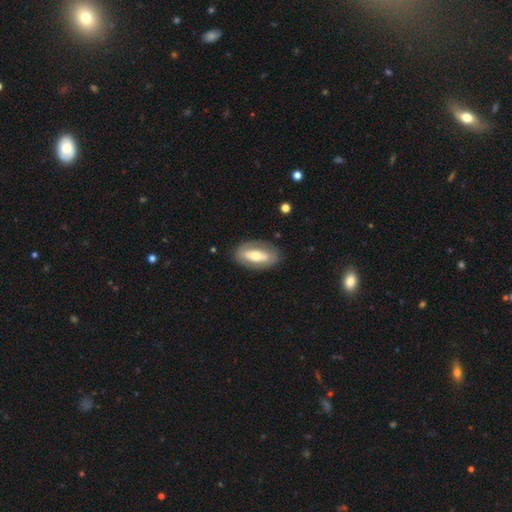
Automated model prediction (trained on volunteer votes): Smooth or featured? smooth (47%, tied with featured or disk)
Merging? none (80%)